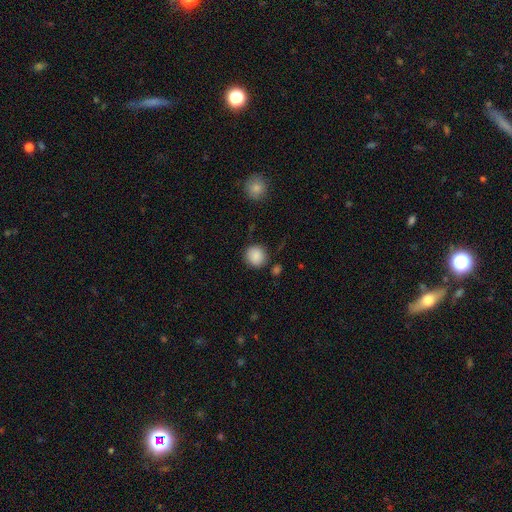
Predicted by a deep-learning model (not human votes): A smooth galaxy with no disk features (88%) that is round (90%).

Vote fractions:
- Smooth or featured? smooth: 88% / star or artifact: 8% / featured or disk: 4%
- How rounded? round: 90% / in between: 9% / cigar-shaped: 1%
- Merging? none: 85% / minor disturbance: 9% / merger: 3% / major disturbance: 3%